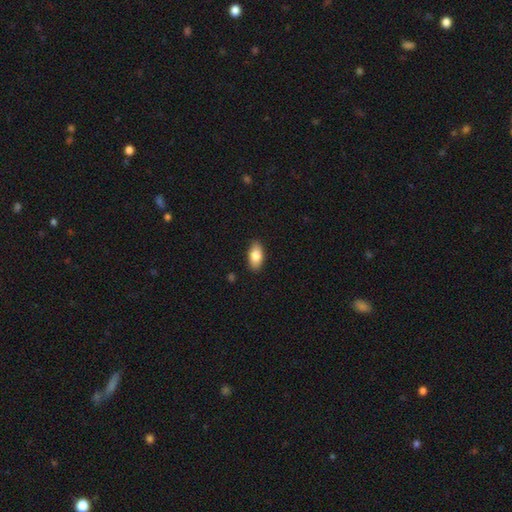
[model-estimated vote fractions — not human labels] Smooth or featured? Predicted: smooth (p=0.83). How rounded? Predicted: in between (p=0.92). Merging? Predicted: none (p=0.89).